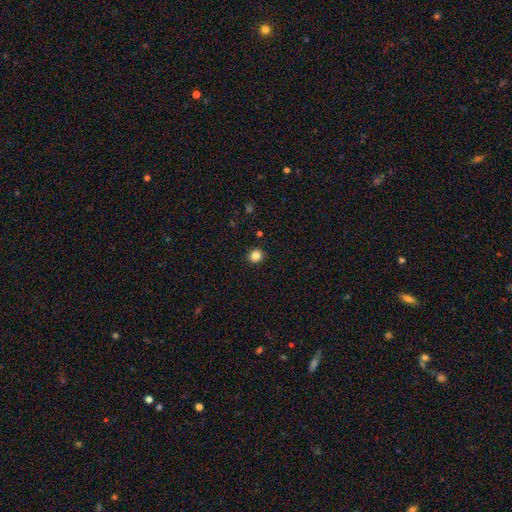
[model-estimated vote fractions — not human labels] This appears to be a smooth galaxy with no disk features (84%) that is round (85%). Merging: none (91%).